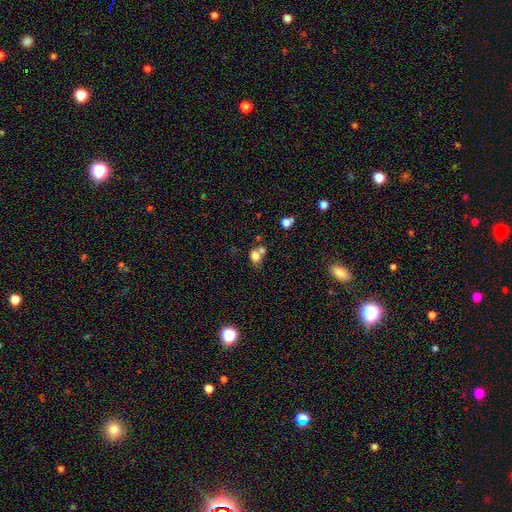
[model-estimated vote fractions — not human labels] A smooth galaxy with no disk features (76%) that is in between round and cigar-shaped (55%).

Vote fractions:
- Smooth or featured? smooth: 76% / star or artifact: 13% / featured or disk: 11%
- How rounded? in between: 55% / round: 44% / cigar-shaped: 1%
- Merging? merger: 42% / none: 40% / minor disturbance: 12% / major disturbance: 6%